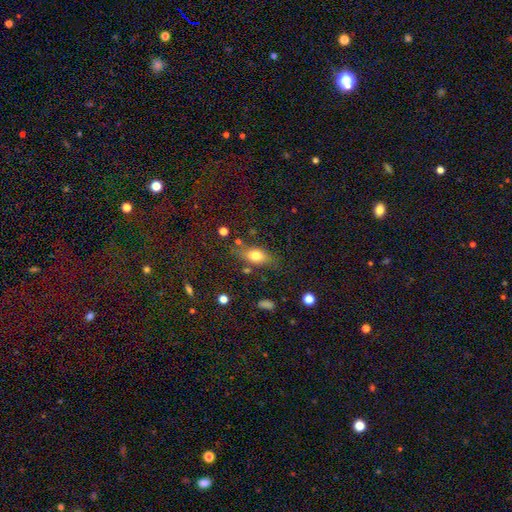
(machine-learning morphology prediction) Smooth or featured: smooth — 75% (featured or disk — 14%)
How rounded: in between — 77% (round — 16%)
Merging: none — 73% (minor disturbance — 17%)